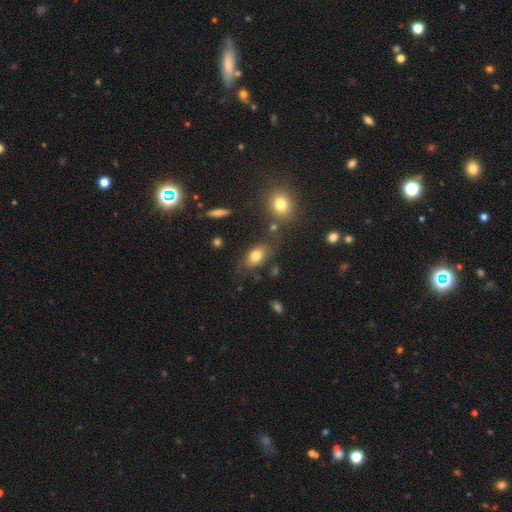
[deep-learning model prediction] smooth 76%, featured or disk 14%, star or artifact 10%. Down the decision tree: how rounded — in between (86%); merging — none (67%).